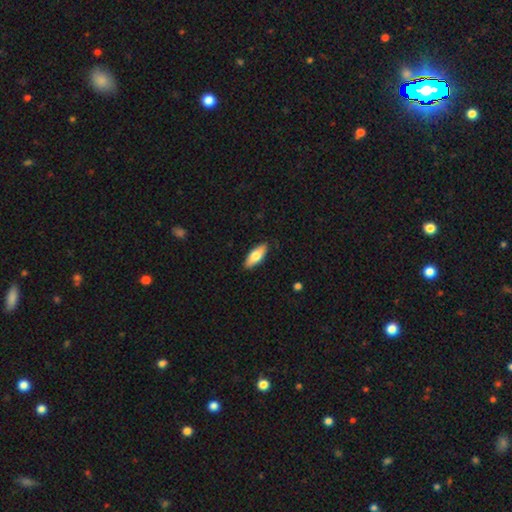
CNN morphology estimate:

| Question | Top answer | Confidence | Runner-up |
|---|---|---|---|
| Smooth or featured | smooth | 70% | featured or disk (24%) |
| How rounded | in between | 75% | cigar-shaped (23%) |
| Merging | none | 88% | minor disturbance (9%) |